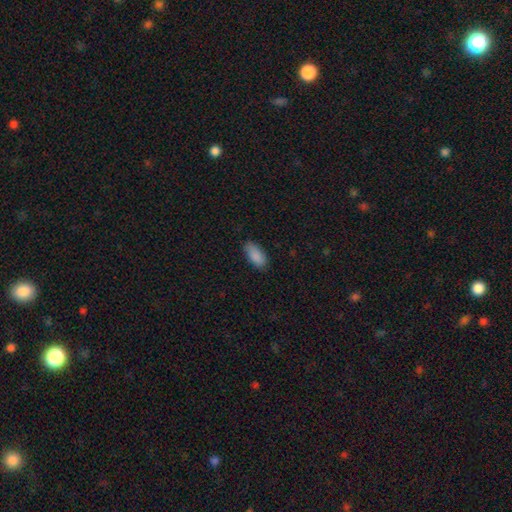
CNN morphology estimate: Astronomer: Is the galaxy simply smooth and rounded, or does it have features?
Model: smooth — 89%.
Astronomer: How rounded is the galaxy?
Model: in between — 91%.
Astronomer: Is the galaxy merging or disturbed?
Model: none — 83%.